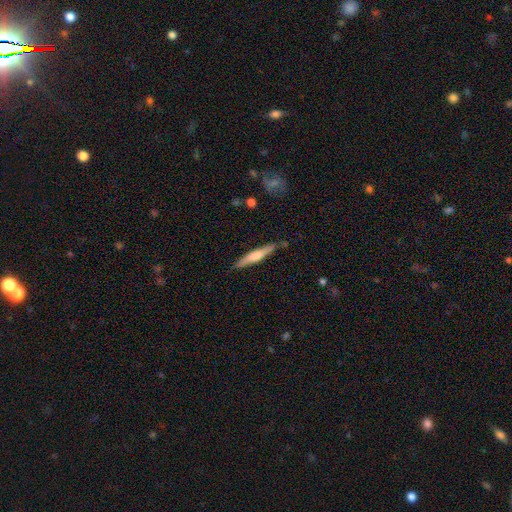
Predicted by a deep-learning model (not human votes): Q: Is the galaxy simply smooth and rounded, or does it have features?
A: smooth — 49%.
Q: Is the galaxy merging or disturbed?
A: none — 85%.